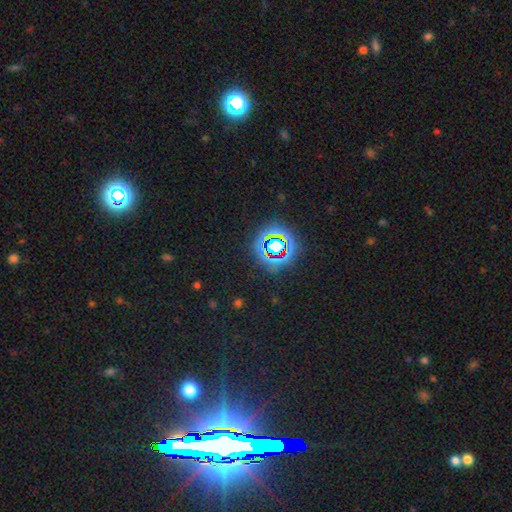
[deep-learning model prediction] Smooth or featured? star or artifact (69%)